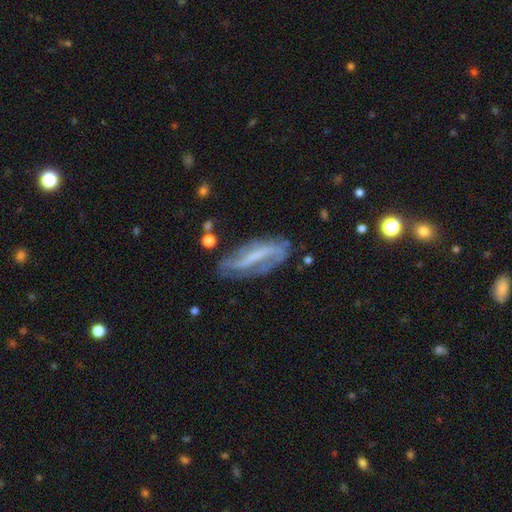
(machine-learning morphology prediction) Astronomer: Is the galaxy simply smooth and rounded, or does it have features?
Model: featured or disk — 73%.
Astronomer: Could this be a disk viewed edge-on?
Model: no — 81%.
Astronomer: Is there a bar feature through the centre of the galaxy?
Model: strong — 54% (runner-up: weak, 29%).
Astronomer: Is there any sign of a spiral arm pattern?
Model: yes — 82%.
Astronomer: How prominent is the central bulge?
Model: small — 40% (runner-up: none, 38%).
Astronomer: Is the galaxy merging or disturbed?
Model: none — 64%.